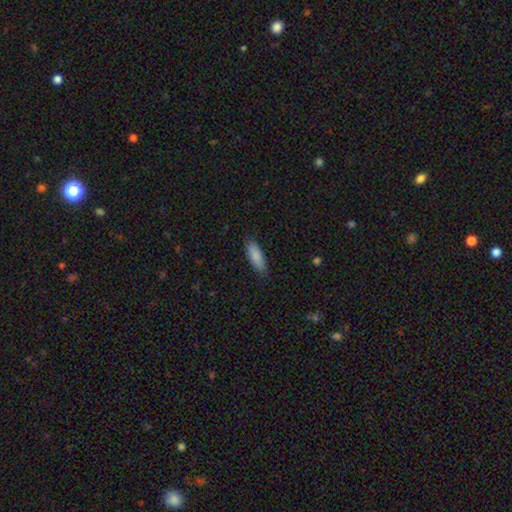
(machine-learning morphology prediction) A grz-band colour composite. It shows a smooth galaxy with no disk features (87%) that is in between round and cigar-shaped (65%). Merging: none (82%).